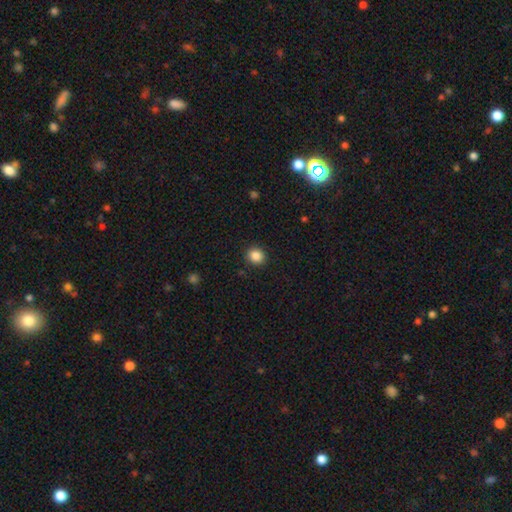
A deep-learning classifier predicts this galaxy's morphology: This is clearly a smooth galaxy (86%). How rounded: clearly round (83%). Merging: clearly none (90%).